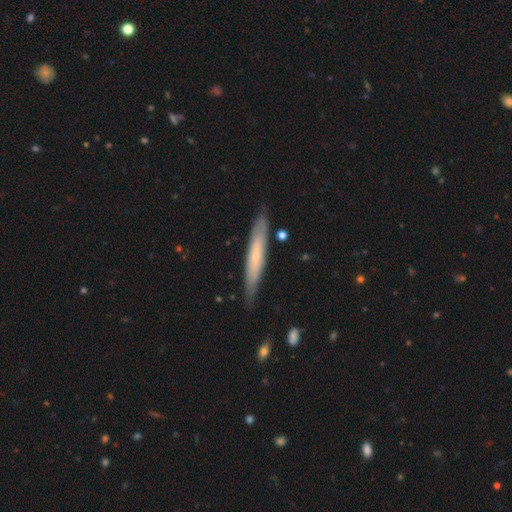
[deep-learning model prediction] Smooth or featured? smooth (50%)
How rounded? cigar-shaped (93%)
Merging? none (83%)